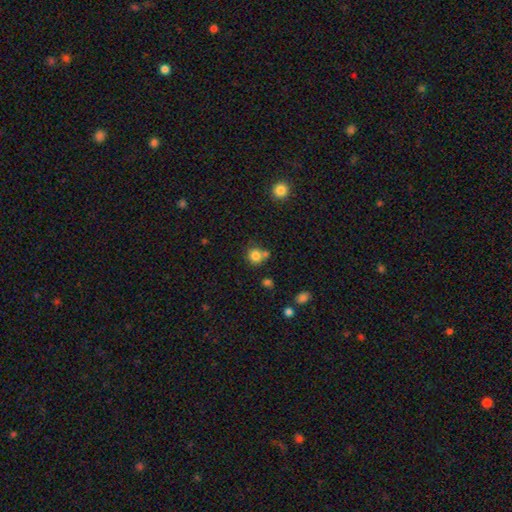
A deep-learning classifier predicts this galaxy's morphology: This appears to be a smooth galaxy with no disk features (80%) that is round (86%). Merging: none (59%).